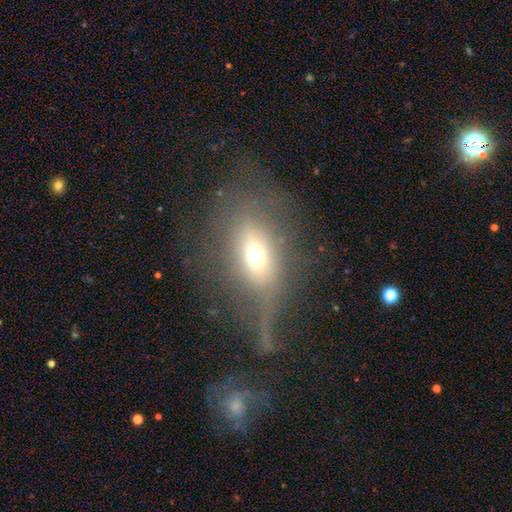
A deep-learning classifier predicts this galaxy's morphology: Smooth or featured? Predicted: smooth (p=0.54). How rounded? Predicted: in between (p=0.71). Merging? Predicted: major disturbance (p=0.38).